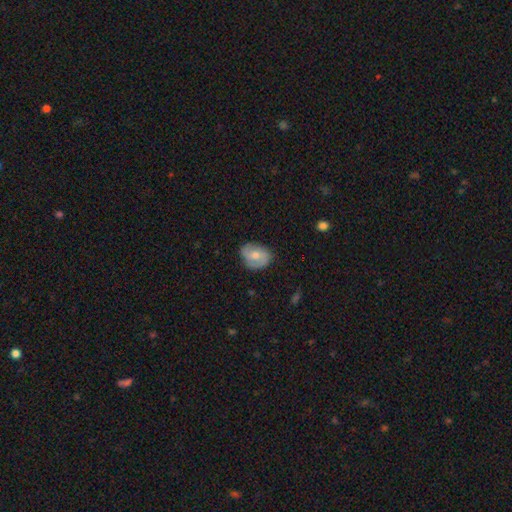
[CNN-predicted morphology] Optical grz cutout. It shows a featured or disk galaxy (58%) with no bar (44%), spiral arms (83%) and a moderate central bulge (60%). Merging: none (74%).